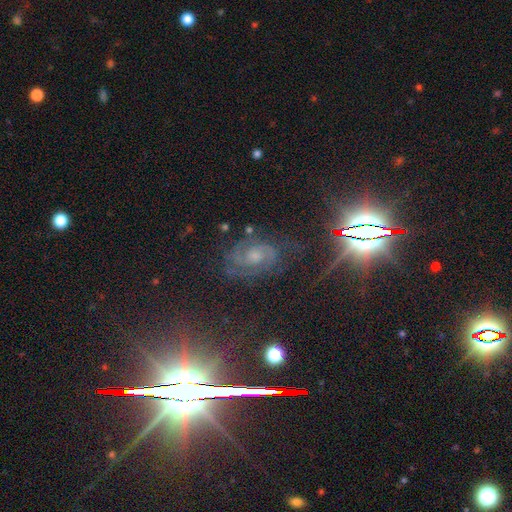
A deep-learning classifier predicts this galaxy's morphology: smooth_or_featured: star or artifact (p=0.47) [alt: featured or disk p=0.39]